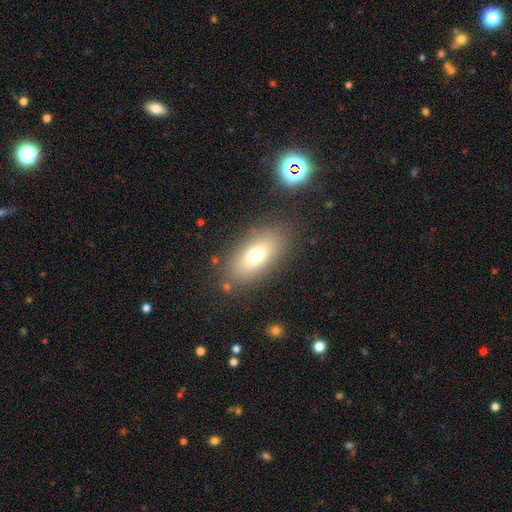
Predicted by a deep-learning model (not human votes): Morphology: type=smooth (71%); roundness=in between (85%); merging=none (82%).